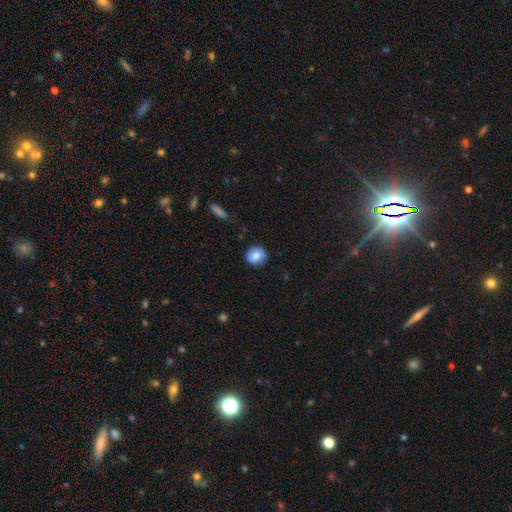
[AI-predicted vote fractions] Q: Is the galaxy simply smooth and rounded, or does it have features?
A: smooth — 84%.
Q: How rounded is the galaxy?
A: round — 80%.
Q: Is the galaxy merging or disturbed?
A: none — 86%.